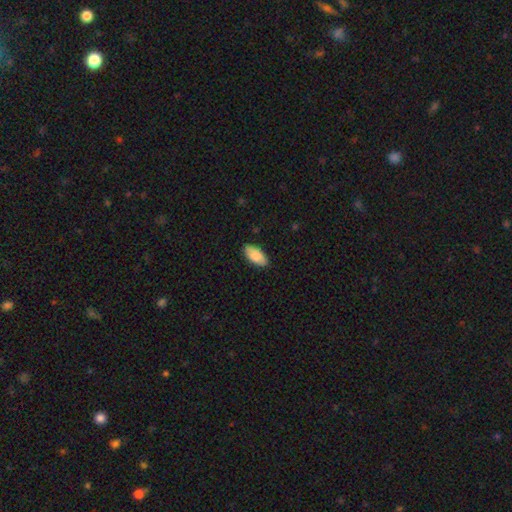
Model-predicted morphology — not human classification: The model was most divided on "smooth or featured": smooth: 84%, featured or disk: 10%, star or artifact: 6%. More confident: how rounded — in between (93%); merging — none (88%).